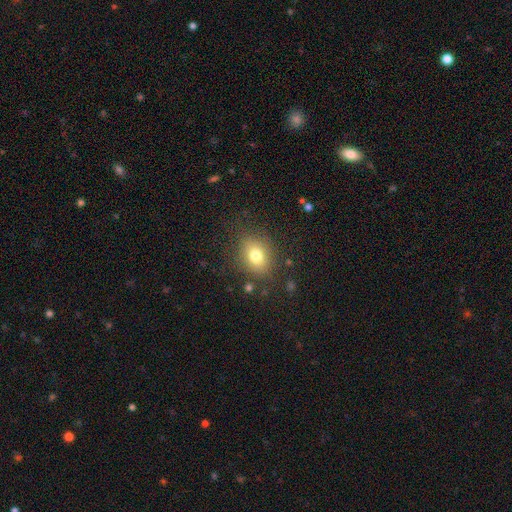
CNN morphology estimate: The model was most divided on "how rounded": in between: 54%, round: 45%, cigar-shaped: 1%. More confident: merging — none (80%); smooth or featured — smooth (77%).